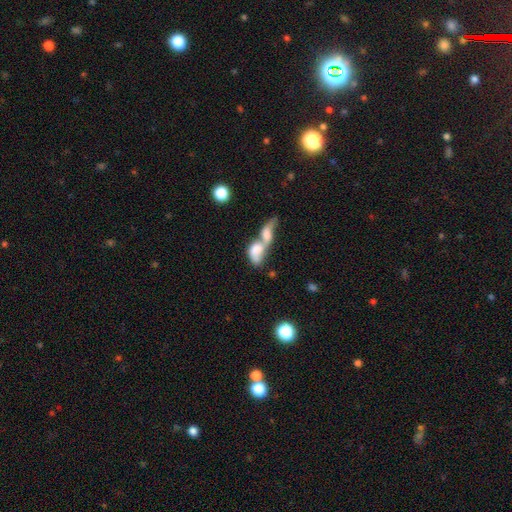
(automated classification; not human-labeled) Q: Smooth or featured?
A: smooth (53%); runner-up: featured or disk (26%)
Q: How rounded?
A: in between (54%); runner-up: round (23%)
Q: Merging?
A: merger (46%); runner-up: none (36%)